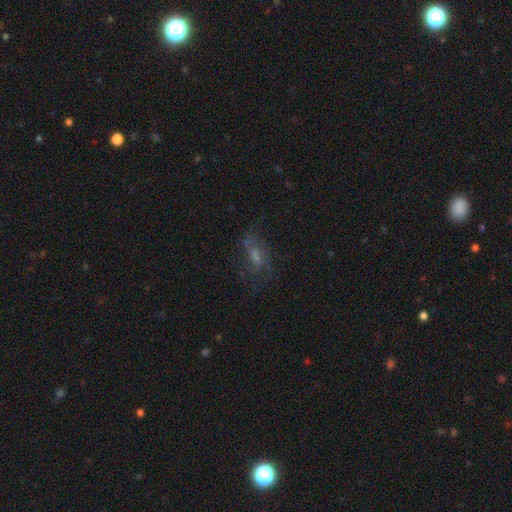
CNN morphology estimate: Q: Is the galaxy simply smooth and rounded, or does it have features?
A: featured or disk — 45%.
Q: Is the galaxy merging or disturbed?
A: none — 60%.